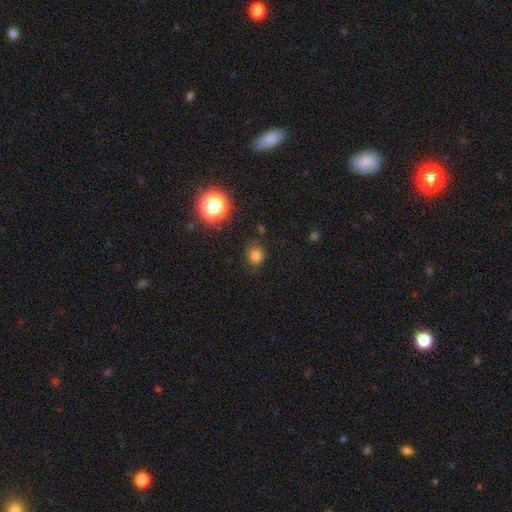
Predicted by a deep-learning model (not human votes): smooth 76%, star or artifact 18%, featured or disk 6%. Down the decision tree: how rounded — round (81%); merging — none (78%).